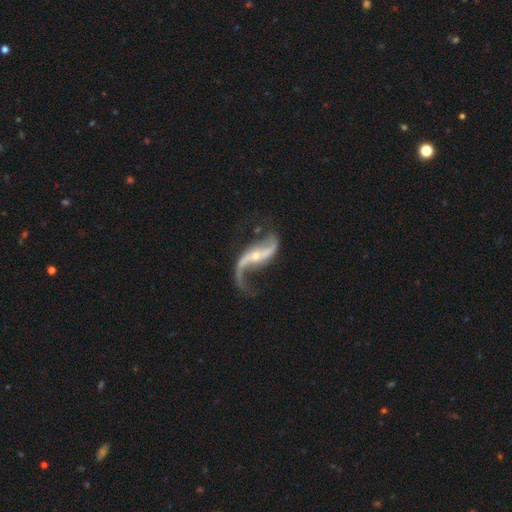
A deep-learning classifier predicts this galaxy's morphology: smooth-or-featured: featured or disk: 91% | star or artifact: 5% | smooth: 4%
  disk-edge-on: no: 95% | yes: 5%
    bar: strong: 36% | no: 35% | weak: 29%
    has-spiral-arms: yes: 96% | no: 4%
      spiral-winding: loose: 89% | medium: 9% | tight: 3%
      spiral-arm-count: 2: 89% | 1: 7% | can't tell: 1% | 3: 1% | 4: 1% | more than 4: 1%
    bulge-size: small: 62% | moderate: 33% | none: 2% | large: 2% | dominant: 1%
  merging: none: 61% | minor disturbance: 17% | major disturbance: 17% | merger: 4%